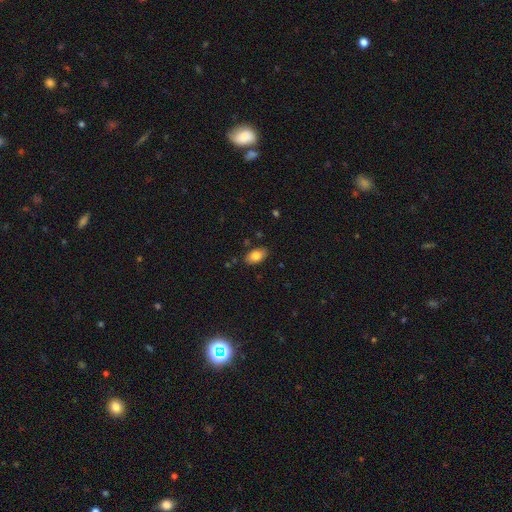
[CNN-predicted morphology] smooth-or-featured: smooth: 82% | featured or disk: 10% | star or artifact: 7%
  how-rounded: in between: 92% | round: 6% | cigar-shaped: 2%
  merging: none: 84% | minor disturbance: 11% | major disturbance: 2% | merger: 2%